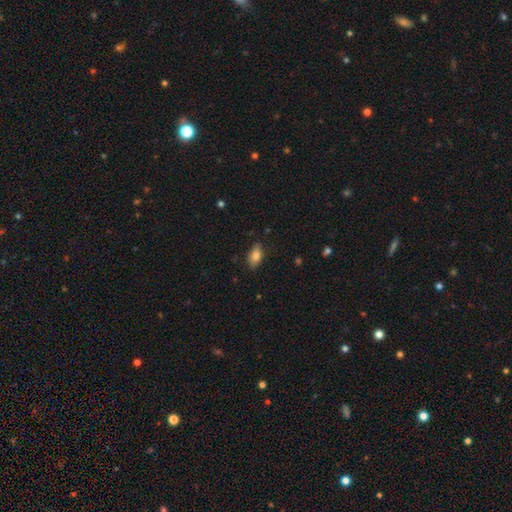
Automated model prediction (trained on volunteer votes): smooth_or_featured: smooth (p=0.82) [alt: featured or disk p=0.10]
how_rounded: in between (p=0.90) [alt: round p=0.05]
merging: none (p=0.83) [alt: minor disturbance p=0.14]